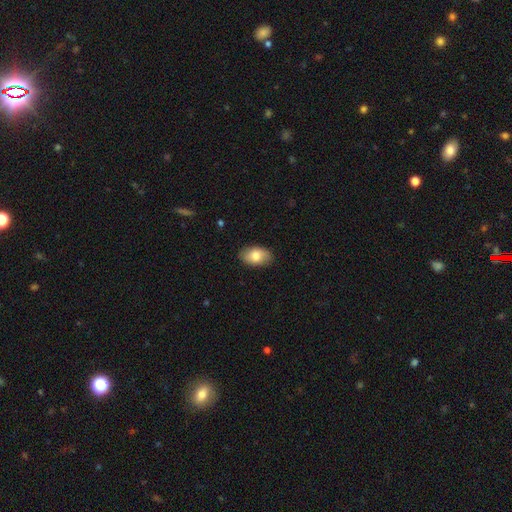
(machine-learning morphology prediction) smooth-or-featured: smooth: 78% | featured or disk: 16% | star or artifact: 6%
  how-rounded: in between: 92% | round: 7% | cigar-shaped: 1%
  merging: none: 86% | minor disturbance: 11% | major disturbance: 2% | merger: 1%